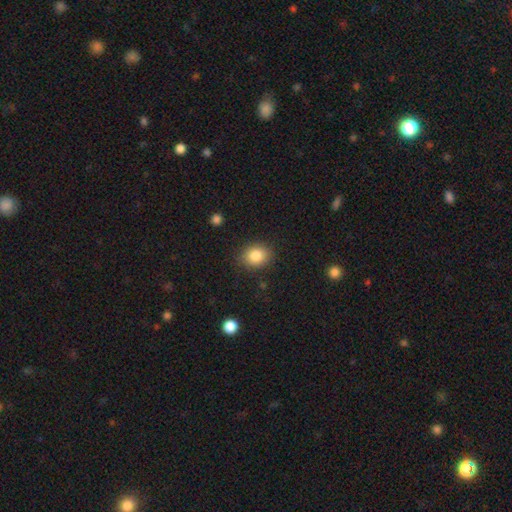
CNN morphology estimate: A smooth galaxy with no disk features (84%) that is round (55%). Merging: none (86%).